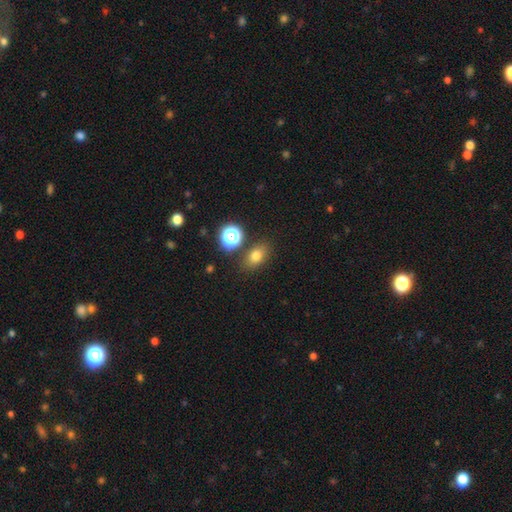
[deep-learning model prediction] smooth-or-featured: smooth: 74% | star or artifact: 16% | featured or disk: 10%
  how-rounded: in between: 71% | round: 26% | cigar-shaped: 2%
  merging: none: 79% | minor disturbance: 11% | merger: 6% | major disturbance: 3%